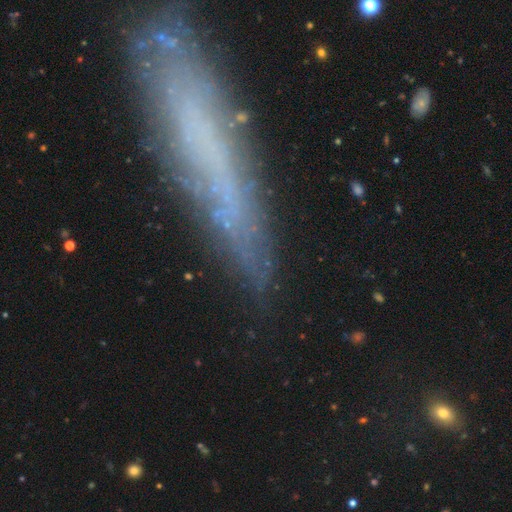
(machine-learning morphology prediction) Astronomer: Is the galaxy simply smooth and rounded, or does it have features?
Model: featured or disk — 51% (runner-up: smooth, 36%).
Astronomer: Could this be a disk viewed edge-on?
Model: yes — 63%.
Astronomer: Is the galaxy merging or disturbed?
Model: none — 76%.